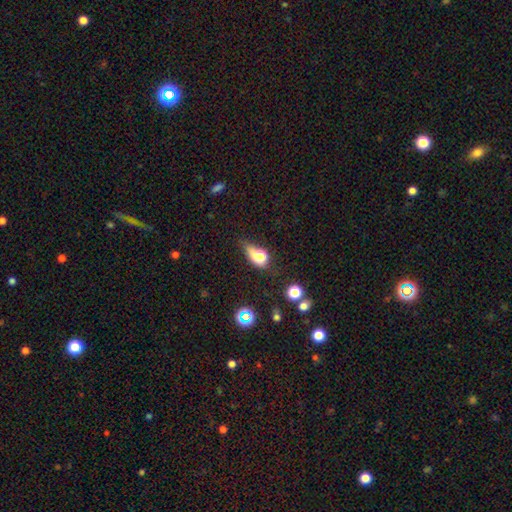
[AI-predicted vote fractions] Morphology: type=smooth (68%); roundness=in between (62%); merging=none (32%).